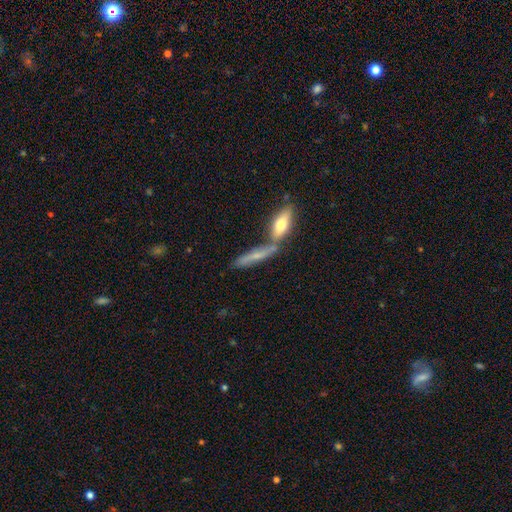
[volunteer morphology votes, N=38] Smooth or featured: smooth — 55% (featured or disk — 37%)
How rounded: cigar-shaped — 86% (in between — 14%)
Merging: merger — 51% (none — 40%)